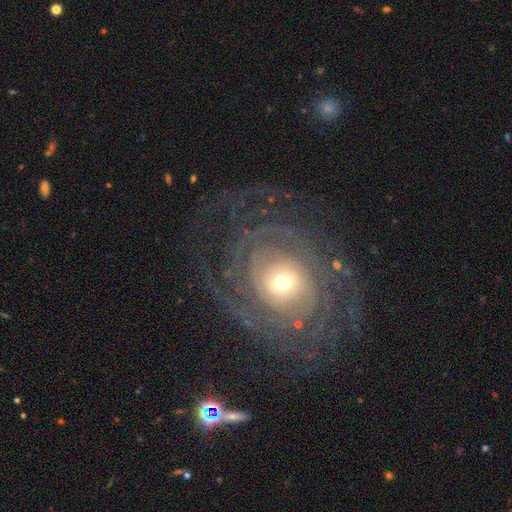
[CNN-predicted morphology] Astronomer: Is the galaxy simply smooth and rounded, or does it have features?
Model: featured or disk — 86%.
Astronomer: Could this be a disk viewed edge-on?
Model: no — 96%.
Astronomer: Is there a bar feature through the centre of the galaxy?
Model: no — 73%.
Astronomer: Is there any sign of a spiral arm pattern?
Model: yes — 94%.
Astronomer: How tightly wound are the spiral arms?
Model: tight — 77%.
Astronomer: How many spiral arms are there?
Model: can't tell — 35% (runner-up: 2, 17%).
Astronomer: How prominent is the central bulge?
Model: moderate — 50% (runner-up: small, 43%).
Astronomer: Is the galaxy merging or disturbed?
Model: none — 76%.